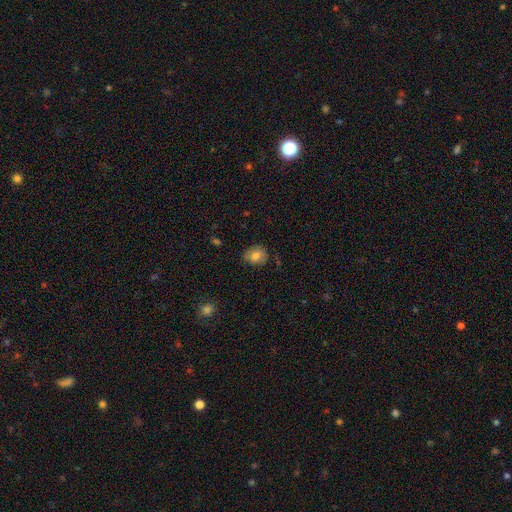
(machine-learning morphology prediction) Smooth or featured: smooth — 75% (featured or disk — 15%)
How rounded: round — 65% (in between — 34%)
Merging: none — 75% (minor disturbance — 20%)